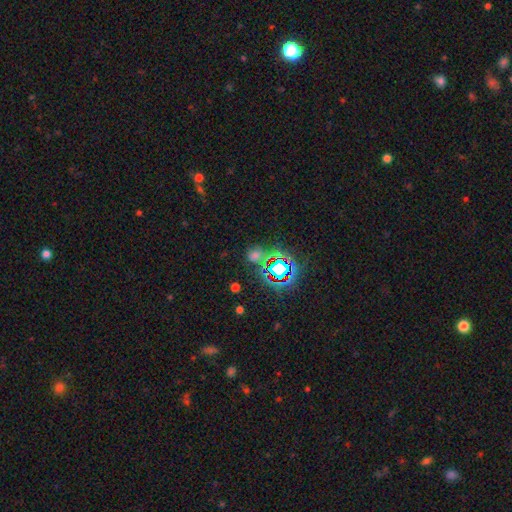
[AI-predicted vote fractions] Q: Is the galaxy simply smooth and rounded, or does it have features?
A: star or artifact — 51%.